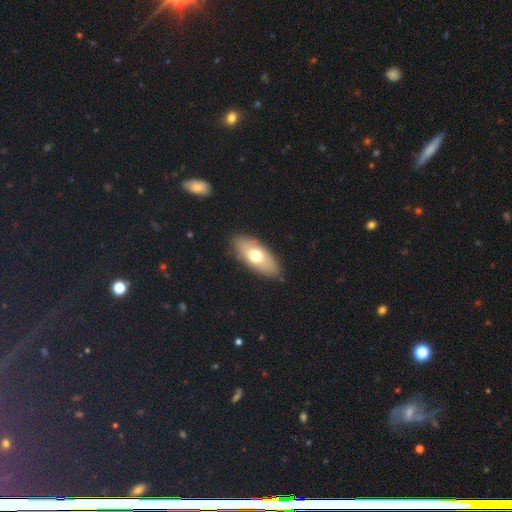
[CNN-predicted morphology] The model was most divided on "smooth or featured": smooth: 63%, featured or disk: 31%, star or artifact: 6%. More confident: merging — none (85%); how rounded — in between (85%).